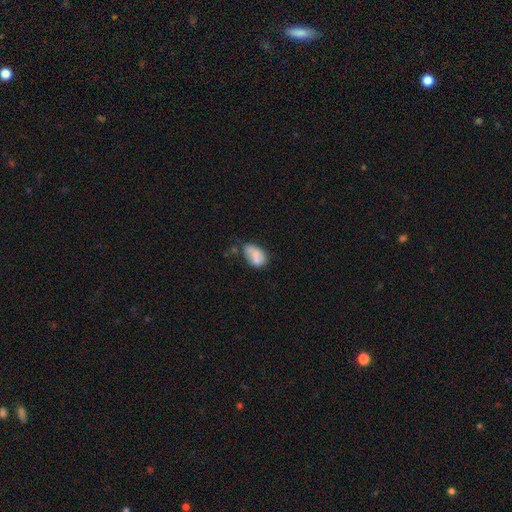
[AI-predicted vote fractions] A smooth galaxy with no disk features (64%) that is in between round and cigar-shaped (85%). Merging: none (33%).